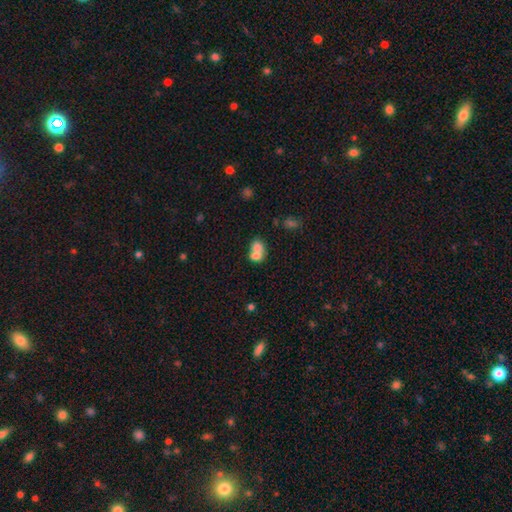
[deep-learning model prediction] This is likely a smooth galaxy (70%). How rounded: possibly in between (51%). Merging: likely merger (72%).